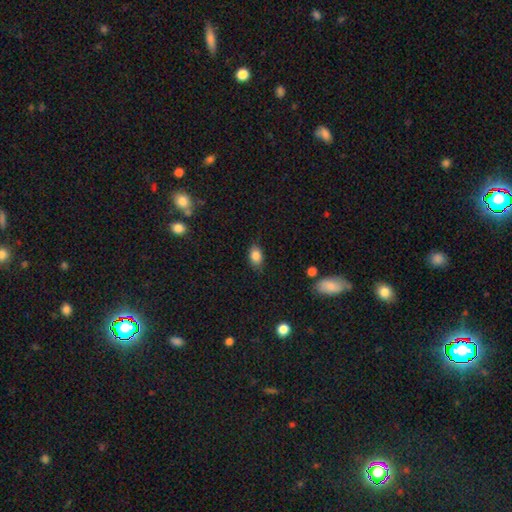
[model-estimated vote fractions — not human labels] A smooth galaxy with no disk features (84%) that is in between round and cigar-shaped (81%).

Vote fractions:
- Smooth or featured? smooth: 84% / star or artifact: 9% / featured or disk: 7%
- How rounded? in between: 81% / round: 17% / cigar-shaped: 2%
- Merging? none: 77% / minor disturbance: 18% / major disturbance: 3% / merger: 1%